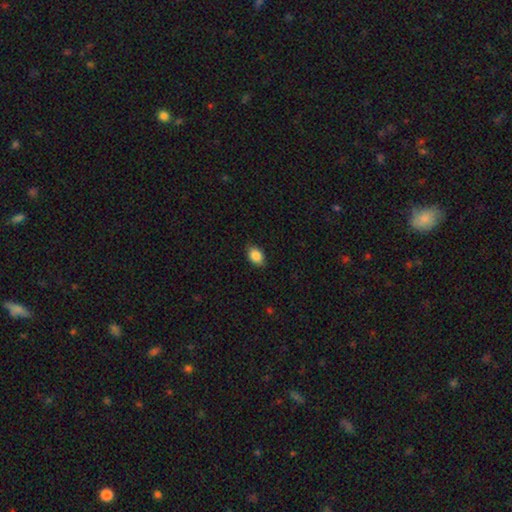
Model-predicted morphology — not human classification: A smooth galaxy with no disk features (87%) that is in between round and cigar-shaped (82%).

Vote fractions:
- Smooth or featured? smooth: 87% / star or artifact: 8% / featured or disk: 5%
- How rounded? in between: 82% / round: 17% / cigar-shaped: 1%
- Merging? none: 87% / minor disturbance: 10% / major disturbance: 2% / merger: 1%